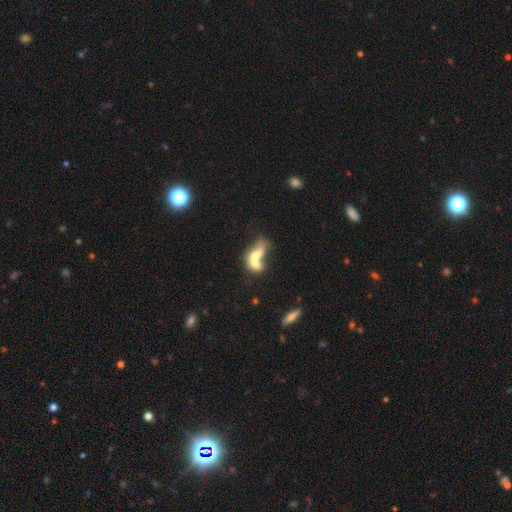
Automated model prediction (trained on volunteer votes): Smooth or featured: smooth — 60% (featured or disk — 31%)
How rounded: in between — 76% (round — 16%)
Merging: merger — 74% (none — 12%)